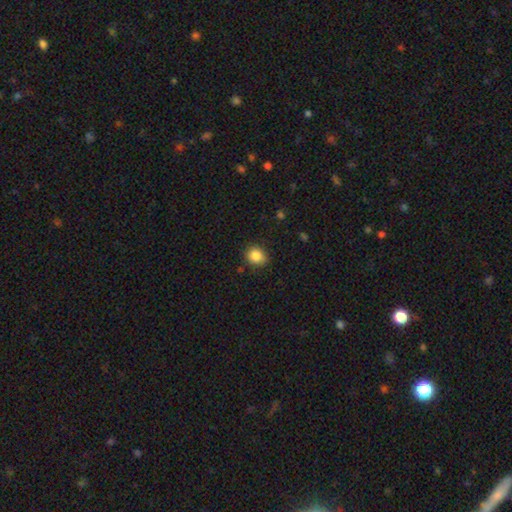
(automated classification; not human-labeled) A smooth galaxy with no disk features (85%) that is round (71%).

Vote fractions:
- Smooth or featured? smooth: 85% / star or artifact: 10% / featured or disk: 5%
- How rounded? round: 71% / in between: 28% / cigar-shaped: 1%
- Merging? none: 81% / minor disturbance: 15% / major disturbance: 3% / merger: 2%